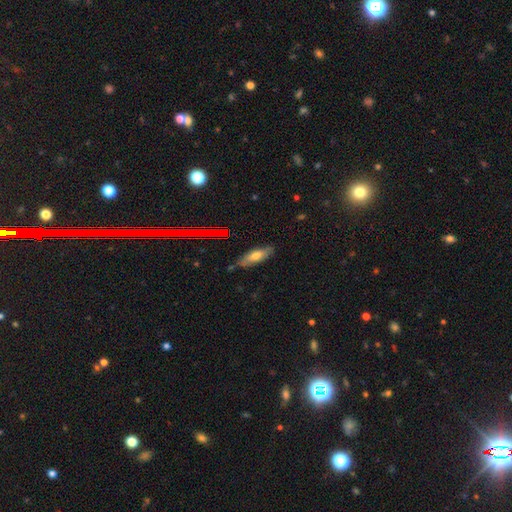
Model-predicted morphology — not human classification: This is possibly a smooth galaxy (60%). How rounded: possibly in between (54%). Merging: likely none (76%).